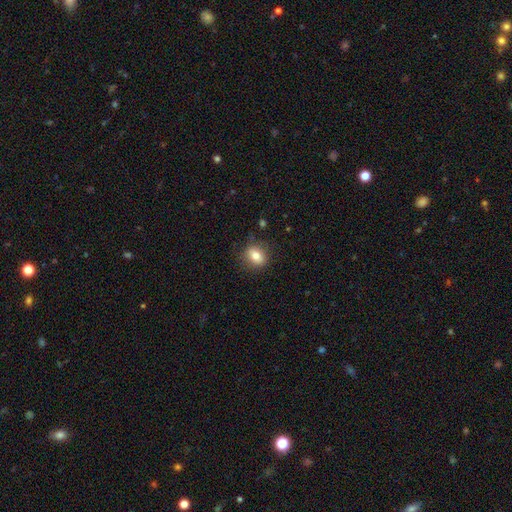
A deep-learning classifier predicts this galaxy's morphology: The model was most divided on "how rounded": round: 54%, in between: 45%, cigar-shaped: 2%. More confident: merging — none (84%); smooth or featured — smooth (76%).